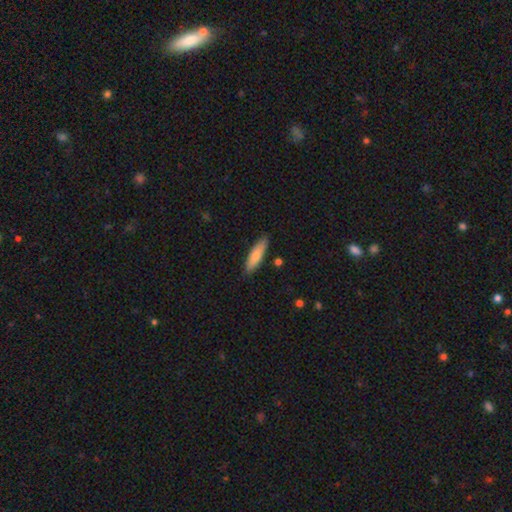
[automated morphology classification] smooth_or_featured: smooth (p=0.75) [alt: featured or disk p=0.19]
how_rounded: cigar-shaped (p=0.63) [alt: in between p=0.36]
merging: none (p=0.85) [alt: minor disturbance p=0.11]